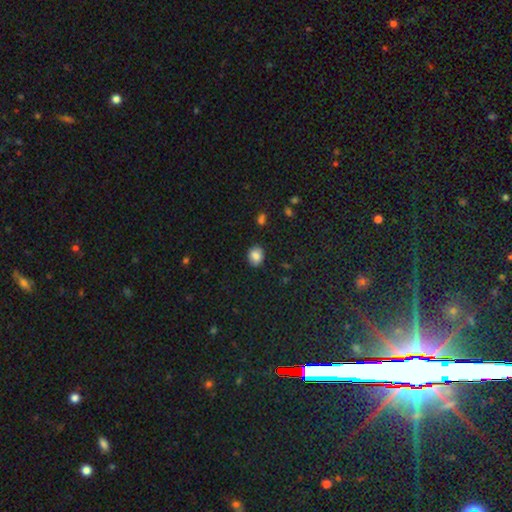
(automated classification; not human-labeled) A smooth galaxy with no disk features (83%) that is round (52%).

Vote fractions:
- Smooth or featured? smooth: 83% / star or artifact: 10% / featured or disk: 7%
- How rounded? round: 52% / in between: 47% / cigar-shaped: 1%
- Merging? none: 85% / minor disturbance: 11% / major disturbance: 2% / merger: 2%